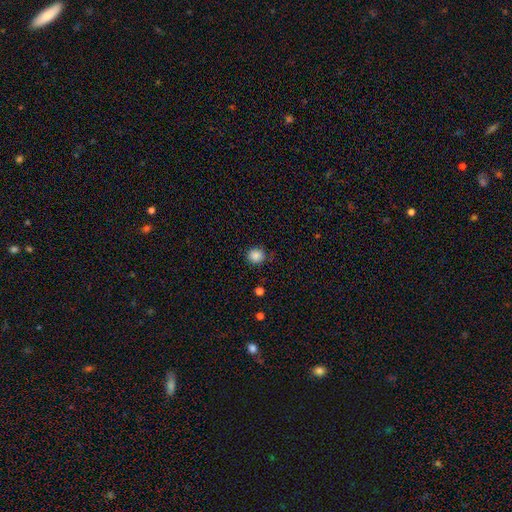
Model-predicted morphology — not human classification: Smooth or featured? Predicted: smooth (p=0.86). How rounded? Predicted: round (p=0.90). Merging? Predicted: none (p=0.85).